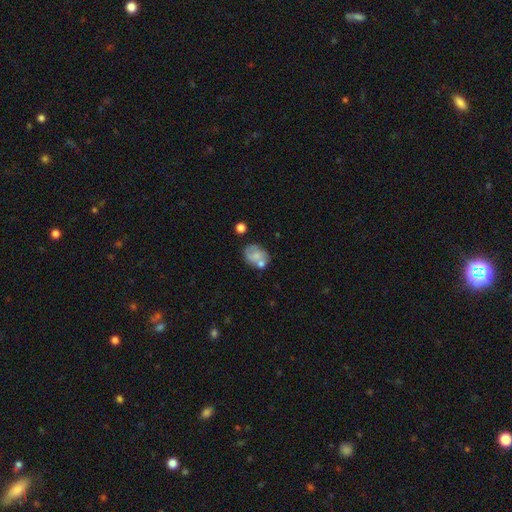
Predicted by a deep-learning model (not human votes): Smooth or featured: smooth — 58% (featured or disk — 33%)
How rounded: in between — 58% (round — 41%)
Merging: none — 47% (minor disturbance — 22%)